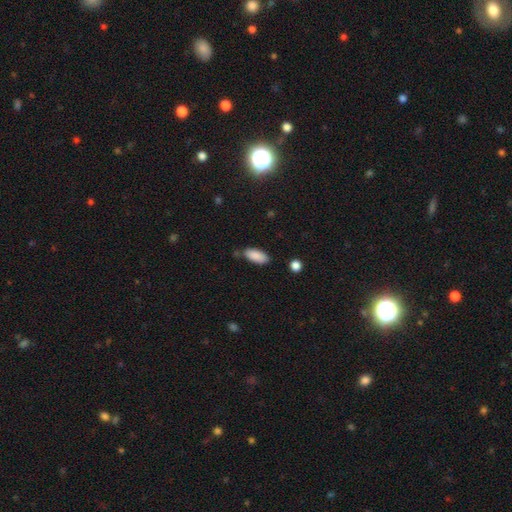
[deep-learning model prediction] Smooth or featured?
  - smooth: 89% *
  - star or artifact: 7%
  - featured or disk: 5%
How rounded?
  - in between: 86% *
  - cigar-shaped: 12%
  - round: 2%
Merging?
  - none: 76% *
  - minor disturbance: 16%
  - merger: 5%
  - major disturbance: 3%